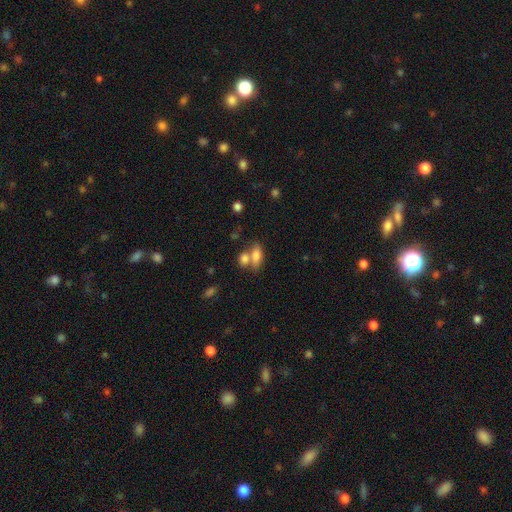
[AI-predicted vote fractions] smooth_or_featured: smooth (p=0.78) [alt: featured or disk p=0.13]
how_rounded: in between (p=0.84) [alt: cigar-shaped p=0.09]
merging: merger (p=0.44) [alt: none p=0.41]